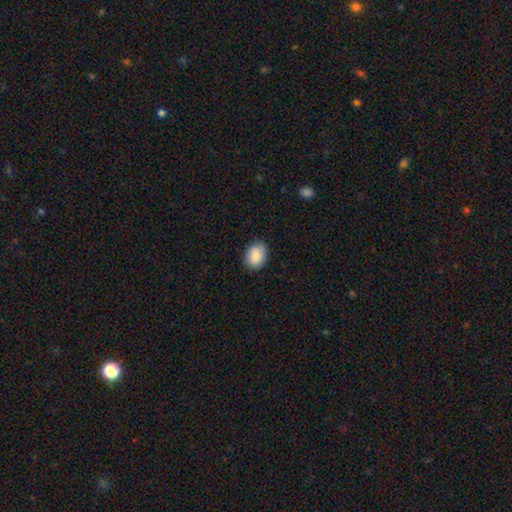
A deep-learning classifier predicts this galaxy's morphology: smooth-or-featured: smooth: 85% | featured or disk: 7% | star or artifact: 7%
  how-rounded: in between: 66% | round: 34% | cigar-shaped: 1%
  merging: none: 84% | minor disturbance: 12% | major disturbance: 2% | merger: 1%